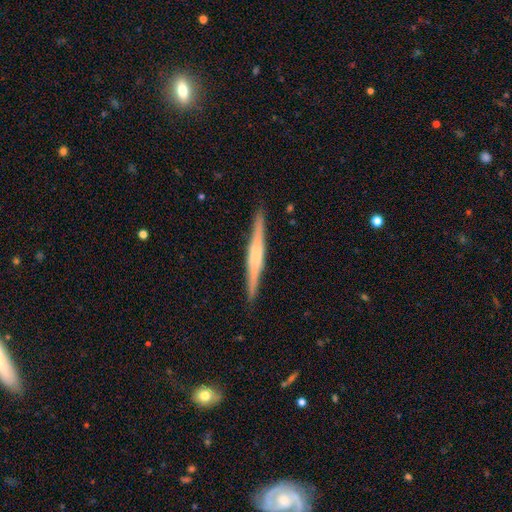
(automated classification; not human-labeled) featured or disk 68%, smooth 27%, star or artifact 6%. Down the decision tree: edge-on disk — yes (98%); edge-on bulge — rounded (44%); merging — none (90%).